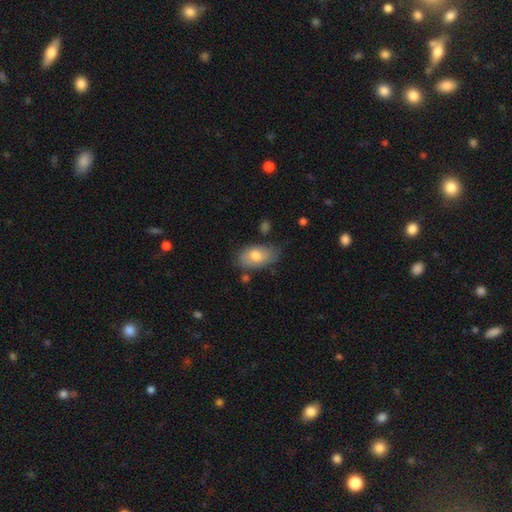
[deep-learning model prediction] Morphology: type=smooth (74%); roundness=in between (91%); merging=none (66%).